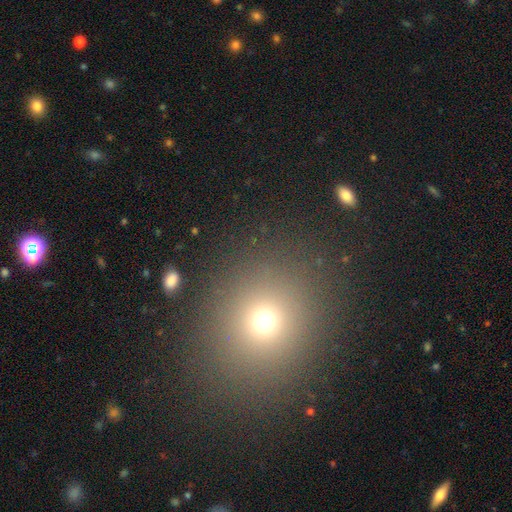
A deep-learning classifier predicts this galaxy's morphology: smooth-or-featured: smooth: 64% | star or artifact: 28% | featured or disk: 8%
  how-rounded: round: 77% | in between: 22% | cigar-shaped: 1%
  merging: none: 90% | minor disturbance: 6% | major disturbance: 3% | merger: 2%